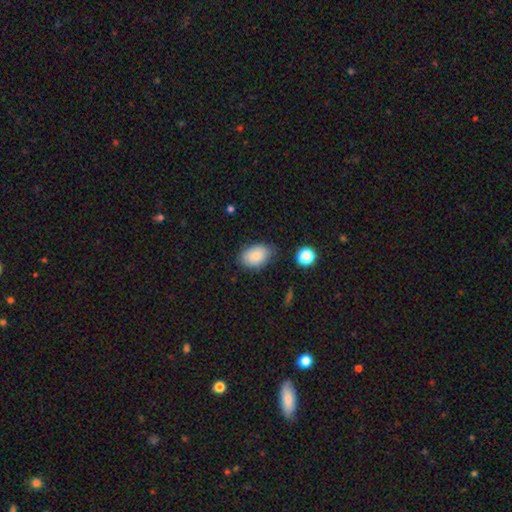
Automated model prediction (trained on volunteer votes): A smooth galaxy with no disk features (85%) that is in between round and cigar-shaped (86%).

Vote fractions:
- Smooth or featured? smooth: 85% / star or artifact: 8% / featured or disk: 8%
- How rounded? in between: 86% / round: 13% / cigar-shaped: 1%
- Merging? none: 73% / minor disturbance: 20% / major disturbance: 4% / merger: 3%